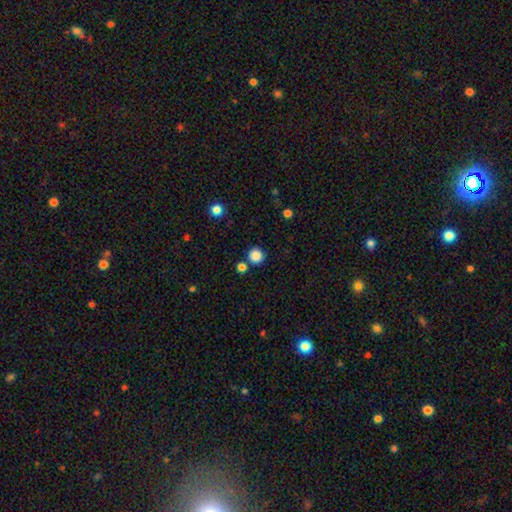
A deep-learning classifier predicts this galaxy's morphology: This is clearly a smooth galaxy (86%). How rounded: clearly round (94%). Merging: clearly none (84%).